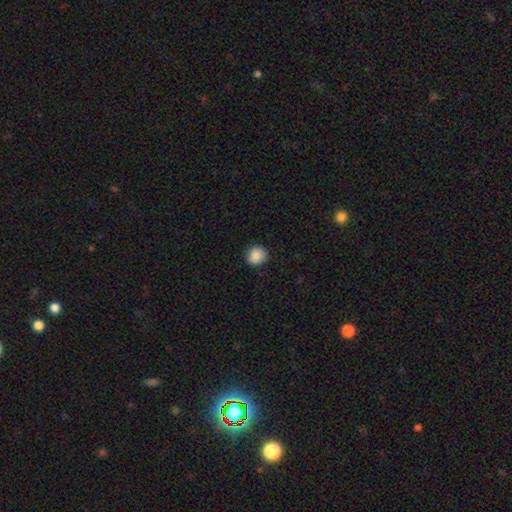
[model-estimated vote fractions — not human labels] Overall: smooth (88%). How rounded: round (80%). Merging: none (87%).